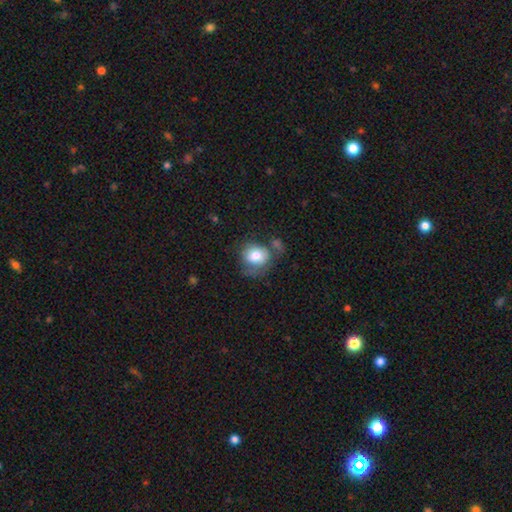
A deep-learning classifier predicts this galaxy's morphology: This is likely a smooth galaxy (77%). How rounded: likely round (66%). Merging: marginally none (42%).